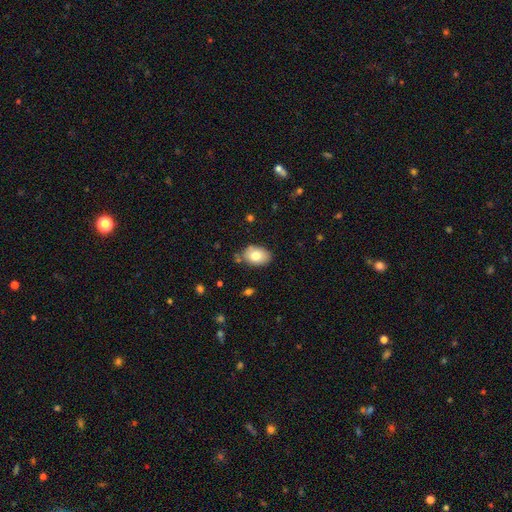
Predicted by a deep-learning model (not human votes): Smooth or featured? smooth (78%)
How rounded? in between (83%)
Merging? none (79%)